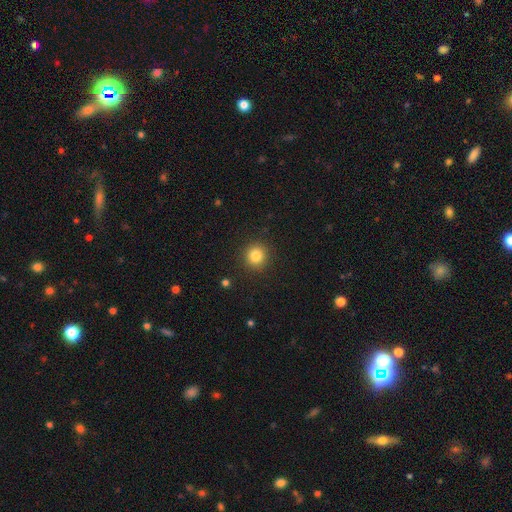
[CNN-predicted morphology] smooth_or_featured: smooth (p=0.83) [alt: star or artifact p=0.11]
how_rounded: round (p=0.93) [alt: in between p=0.06]
merging: none (p=0.92) [alt: minor disturbance p=0.05]